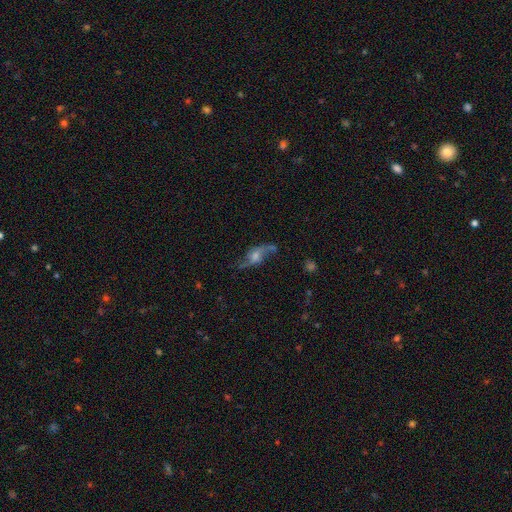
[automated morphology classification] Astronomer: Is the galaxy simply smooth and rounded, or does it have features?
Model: featured or disk — 76%.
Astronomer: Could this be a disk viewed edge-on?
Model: no — 85%.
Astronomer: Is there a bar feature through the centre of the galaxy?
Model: no — 60%.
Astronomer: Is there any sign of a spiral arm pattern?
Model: yes — 91%.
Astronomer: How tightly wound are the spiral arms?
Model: loose — 82%.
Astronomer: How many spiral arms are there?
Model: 2 — 90%.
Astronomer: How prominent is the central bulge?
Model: moderate — 49% (runner-up: small, 30%).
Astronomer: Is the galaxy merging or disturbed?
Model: none — 66%.